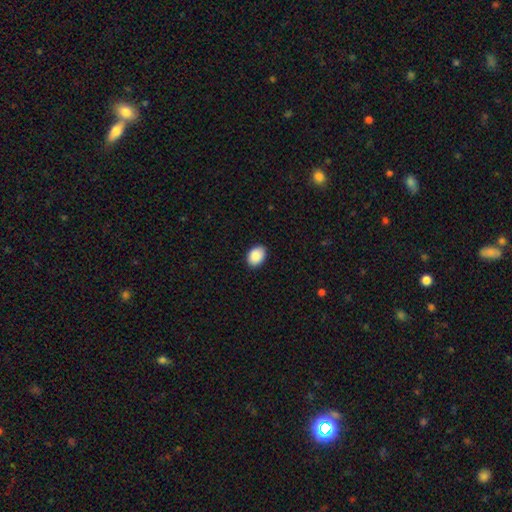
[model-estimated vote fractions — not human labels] This is clearly a smooth galaxy (90%). How rounded: likely in between (76%). Merging: clearly none (88%).